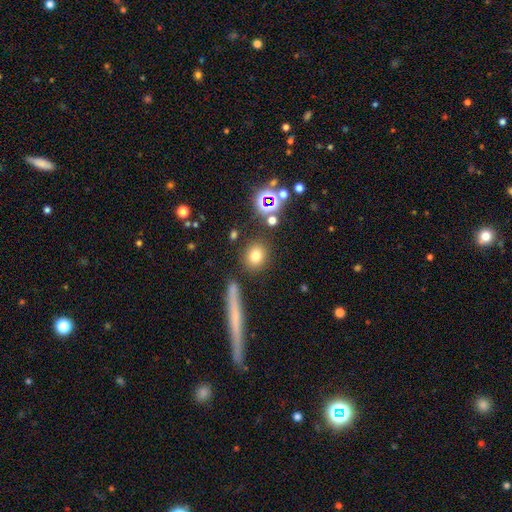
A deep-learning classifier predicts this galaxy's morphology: Smooth or featured? Predicted: smooth (p=0.74). How rounded? Predicted: round (p=0.74). Merging? Predicted: none (p=0.84).